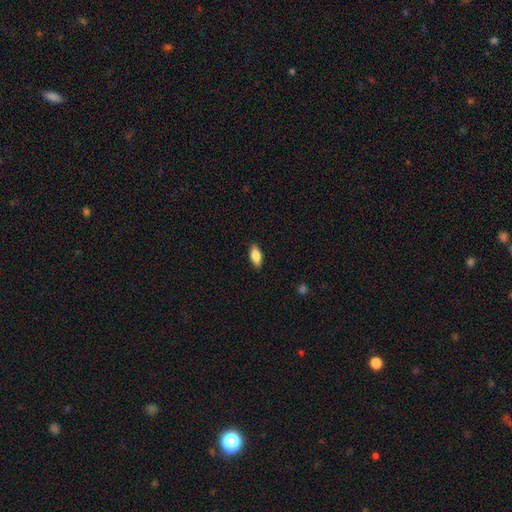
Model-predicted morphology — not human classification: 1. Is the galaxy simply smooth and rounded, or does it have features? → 81% smooth, 12% featured or disk, 7% star or artifact.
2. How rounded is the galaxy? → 83% in between, 14% cigar-shaped, 3% round.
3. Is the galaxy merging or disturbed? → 88% none, 10% minor disturbance, 2% major disturbance, 1% merger.